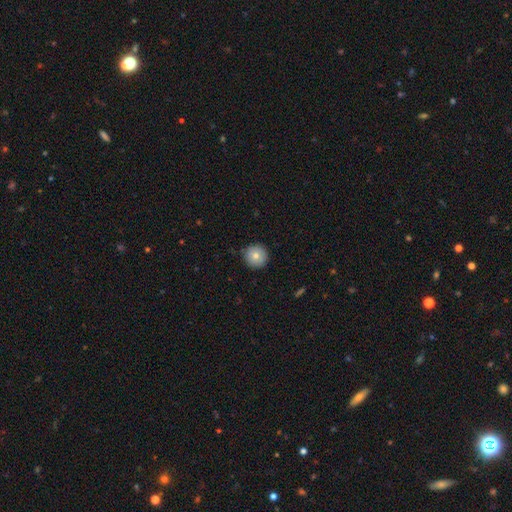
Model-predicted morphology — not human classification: Smooth or featured? smooth (78%)
How rounded? round (96%)
Merging? none (90%)